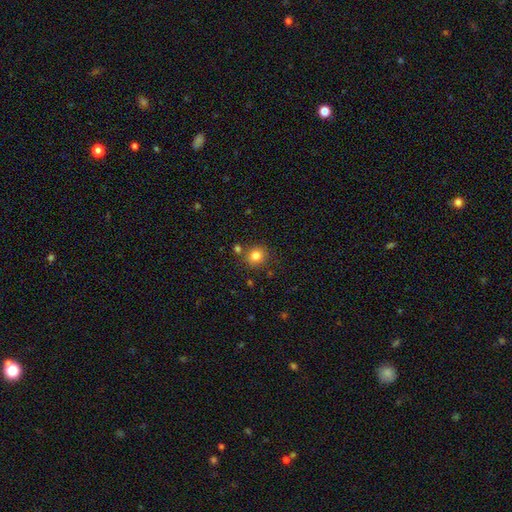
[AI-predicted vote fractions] smooth-or-featured: smooth: 81% | star or artifact: 12% | featured or disk: 6%
  how-rounded: round: 86% | in between: 13% | cigar-shaped: 1%
  merging: none: 80% | minor disturbance: 9% | merger: 8% | major disturbance: 3%